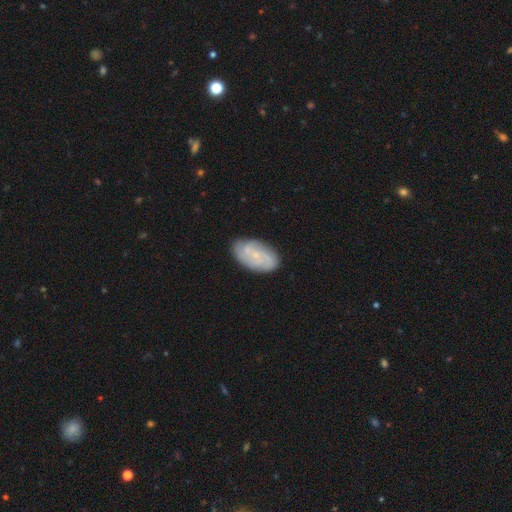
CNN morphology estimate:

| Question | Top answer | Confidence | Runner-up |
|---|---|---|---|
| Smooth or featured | featured or disk | 66% | smooth (28%) |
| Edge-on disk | no | 96% | yes (4%) |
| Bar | no | 71% | weak (25%) |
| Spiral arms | yes | 90% | no (10%) |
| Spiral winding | tight | 51% | medium (36%) |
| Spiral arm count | can't tell | 33% | 3 (23%) |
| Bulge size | small | 75% | moderate (15%) |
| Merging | none | 81% | minor disturbance (15%) |